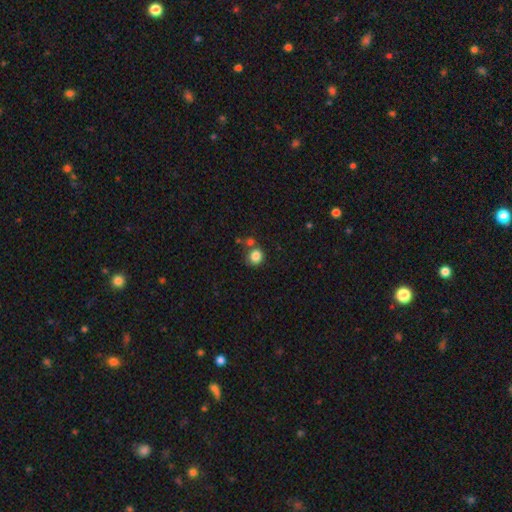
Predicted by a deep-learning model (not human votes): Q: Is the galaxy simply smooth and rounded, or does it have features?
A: smooth — 84%.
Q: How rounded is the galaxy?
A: round — 77%.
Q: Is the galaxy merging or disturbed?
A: none — 63%.